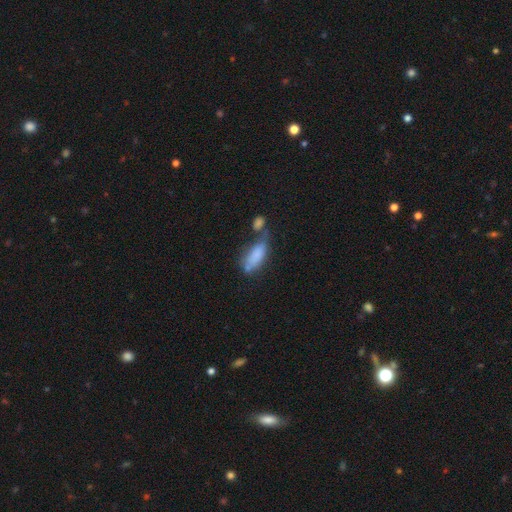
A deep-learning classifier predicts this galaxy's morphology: Smooth or featured: smooth — 75% (featured or disk — 17%)
How rounded: in between — 78% (cigar-shaped — 19%)
Merging: merger — 38% (none — 27%)